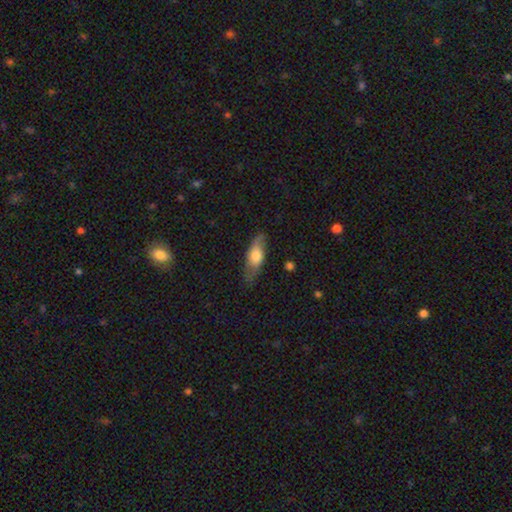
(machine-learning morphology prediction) smooth-or-featured: smooth: 59% | featured or disk: 34% | star or artifact: 6%
  how-rounded: in between: 67% | cigar-shaped: 29% | round: 4%
  merging: none: 72% | minor disturbance: 21% | major disturbance: 5% | merger: 1%